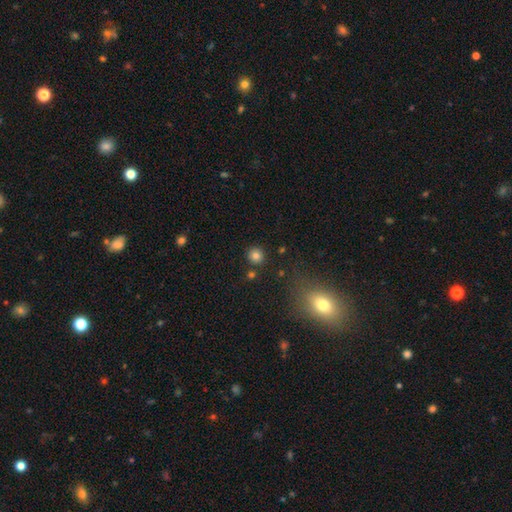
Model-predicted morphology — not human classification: A smooth galaxy with no disk features (81%) that is round (93%).

Vote fractions:
- Smooth or featured? smooth: 81% / star or artifact: 13% / featured or disk: 7%
- How rounded? round: 93% / in between: 6% / cigar-shaped: 1%
- Merging? none: 86% / minor disturbance: 7% / merger: 5% / major disturbance: 2%